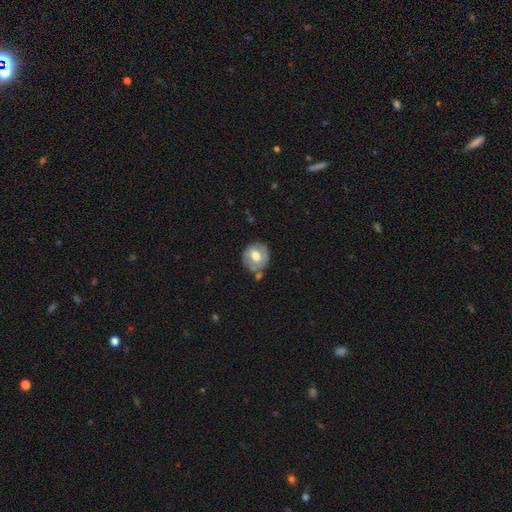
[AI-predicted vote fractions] A smooth galaxy with no disk features (54%) that is round (78%).

Vote fractions:
- Smooth or featured? smooth: 54% / featured or disk: 40% / star or artifact: 7%
- How rounded? round: 78% / in between: 21% / cigar-shaped: 1%
- Merging? none: 69% / minor disturbance: 18% / merger: 7% / major disturbance: 5%